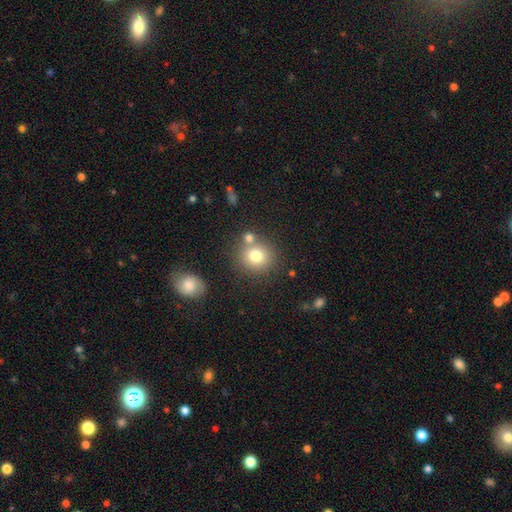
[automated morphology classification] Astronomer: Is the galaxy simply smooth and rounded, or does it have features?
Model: smooth — 77%.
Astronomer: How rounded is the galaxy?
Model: round — 86%.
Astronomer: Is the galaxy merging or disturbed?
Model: none — 69%.